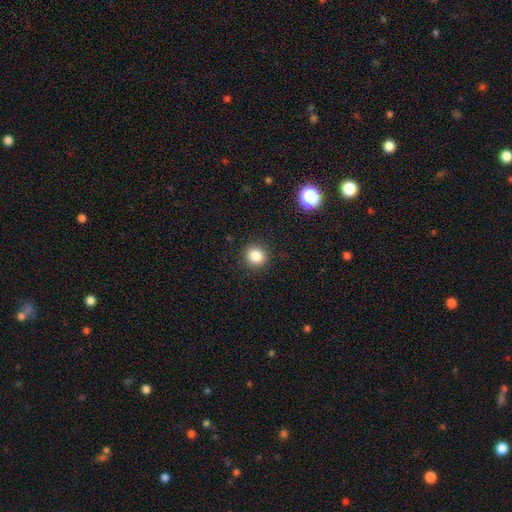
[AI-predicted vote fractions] Q: Smooth or featured?
A: smooth (85%); runner-up: star or artifact (11%)
Q: How rounded?
A: round (85%); runner-up: in between (14%)
Q: Merging?
A: none (91%); runner-up: minor disturbance (6%)